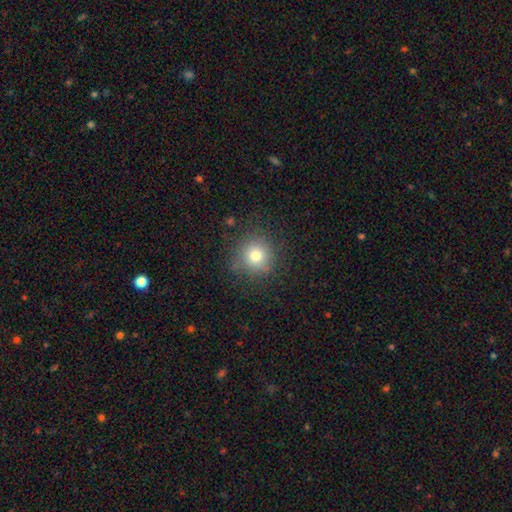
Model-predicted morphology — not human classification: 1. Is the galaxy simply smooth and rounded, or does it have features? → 78% smooth, 13% star or artifact, 9% featured or disk.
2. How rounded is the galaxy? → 92% round, 7% in between, 1% cigar-shaped.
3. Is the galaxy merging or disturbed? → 83% none, 11% minor disturbance, 4% major disturbance, 1% merger.